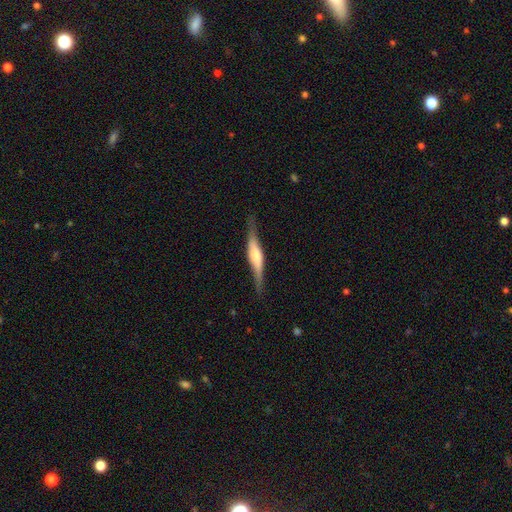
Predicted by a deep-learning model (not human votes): Smooth or featured? featured or disk (66%)
Edge-on disk? yes (95%)
Edge-on bulge? rounded (56%)
Merging? none (82%)